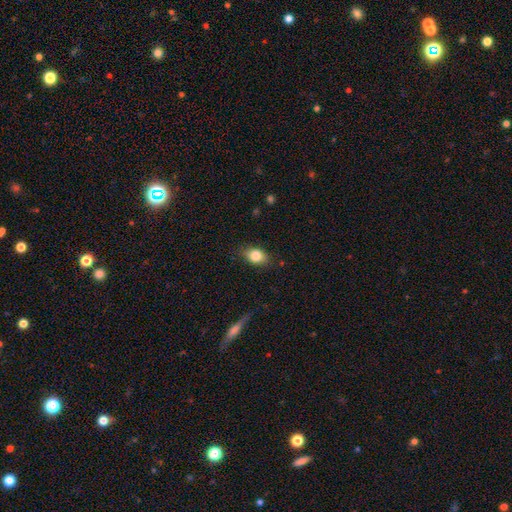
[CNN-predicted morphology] Smooth or featured?
  - smooth: 82% *
  - featured or disk: 9%
  - star or artifact: 8%
How rounded?
  - in between: 73% *
  - round: 25%
  - cigar-shaped: 2%
Merging?
  - none: 80% *
  - minor disturbance: 15%
  - major disturbance: 3%
  - merger: 1%